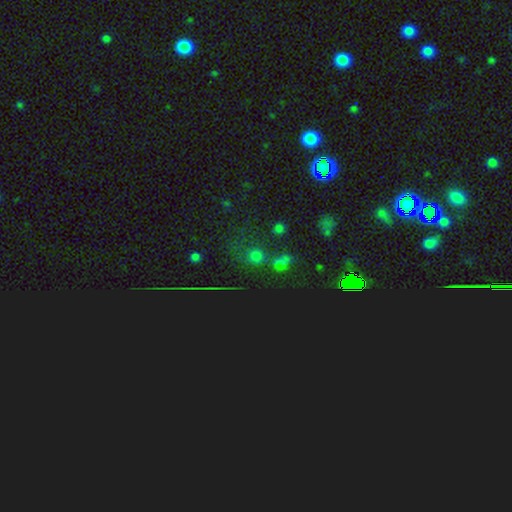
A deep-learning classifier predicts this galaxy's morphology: Smooth or featured?
  - smooth: 47% *
  - star or artifact: 44%
  - featured or disk: 9%
Merging?
  - none: 58% *
  - merger: 19%
  - minor disturbance: 13%
  - major disturbance: 9%